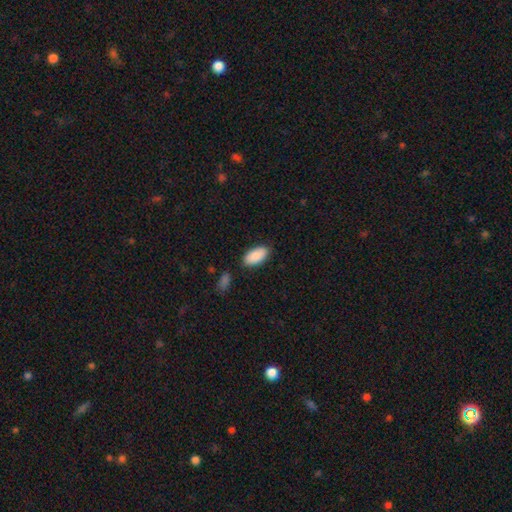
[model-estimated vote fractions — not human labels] smooth 87%, featured or disk 7%, star or artifact 6%. Down the decision tree: how rounded — in between (94%); merging — none (82%).